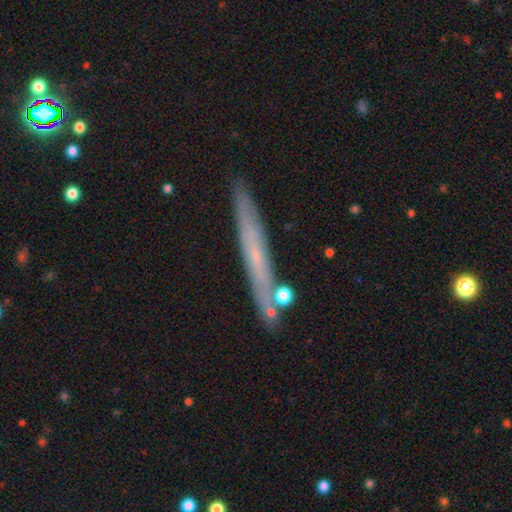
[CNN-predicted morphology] A featured or disk galaxy (54%) viewed edge-on (90%). Merging: none (84%).